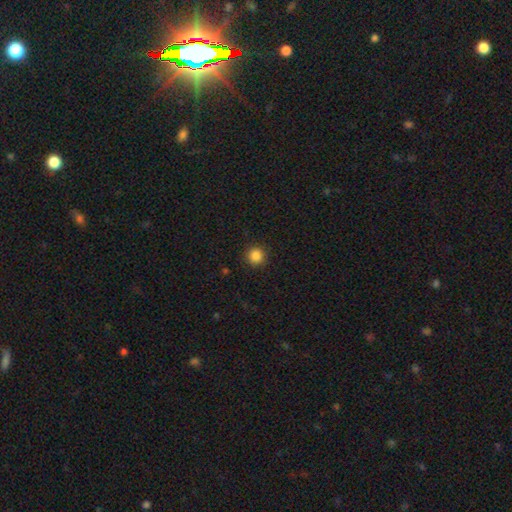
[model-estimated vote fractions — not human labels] smooth-or-featured: smooth: 86% | star or artifact: 11% | featured or disk: 3%
  how-rounded: round: 94% | in between: 5% | cigar-shaped: 1%
  merging: none: 91% | minor disturbance: 6% | major disturbance: 2% | merger: 1%